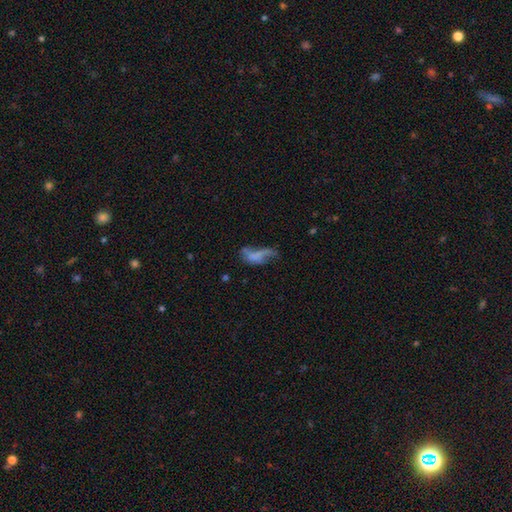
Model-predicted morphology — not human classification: smooth-or-featured: smooth: 51% | featured or disk: 34% | star or artifact: 15%
  how-rounded: in between: 80% | cigar-shaped: 15% | round: 4%
  merging: major disturbance: 39% | none: 25% | minor disturbance: 20% | merger: 16%